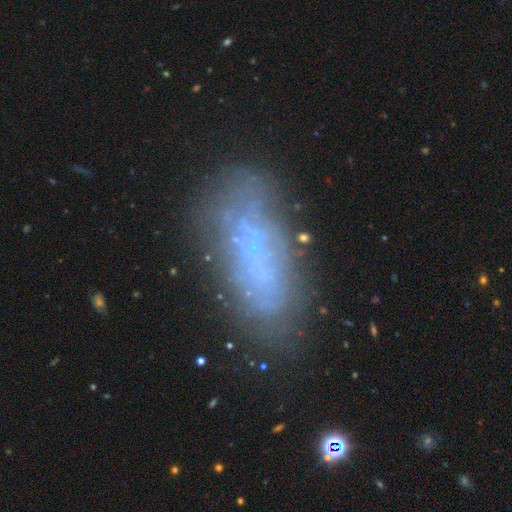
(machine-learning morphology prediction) This appears to be a featured or disk galaxy (51%). Merging: none (67%).